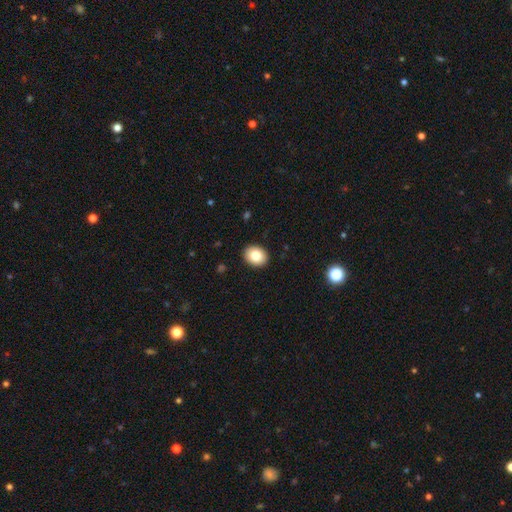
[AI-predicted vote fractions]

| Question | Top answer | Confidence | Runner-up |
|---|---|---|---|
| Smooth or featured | smooth | 83% | star or artifact (8%) |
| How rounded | in between | 54% | round (45%) |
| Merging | none | 91% | minor disturbance (6%) |